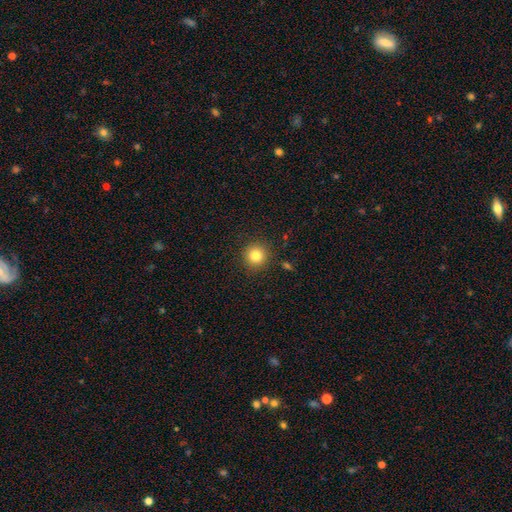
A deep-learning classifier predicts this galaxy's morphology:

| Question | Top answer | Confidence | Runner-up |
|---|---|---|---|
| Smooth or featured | smooth | 82% | star or artifact (12%) |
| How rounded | round | 93% | in between (6%) |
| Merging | none | 90% | minor disturbance (6%) |